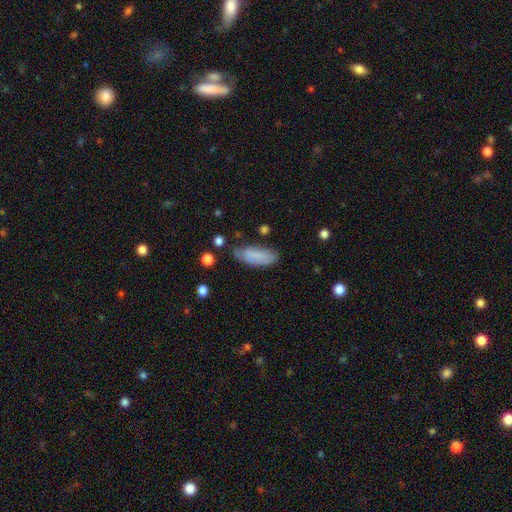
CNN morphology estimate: Smooth or featured? smooth (81%)
How rounded? in between (75%)
Merging? none (64%)